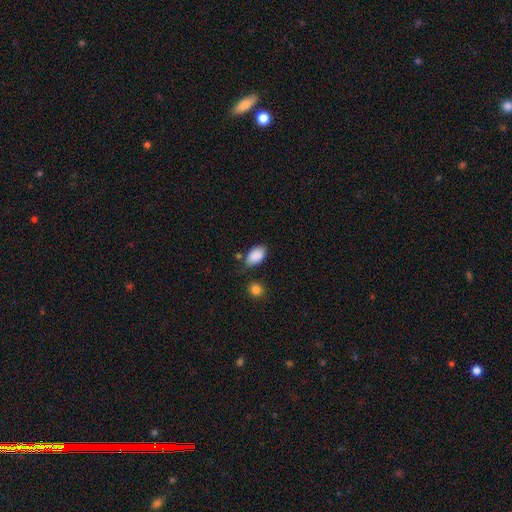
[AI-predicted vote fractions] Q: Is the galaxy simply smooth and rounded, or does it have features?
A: smooth — 89%.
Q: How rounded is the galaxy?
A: in between — 92%.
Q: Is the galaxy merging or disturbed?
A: none — 71%.